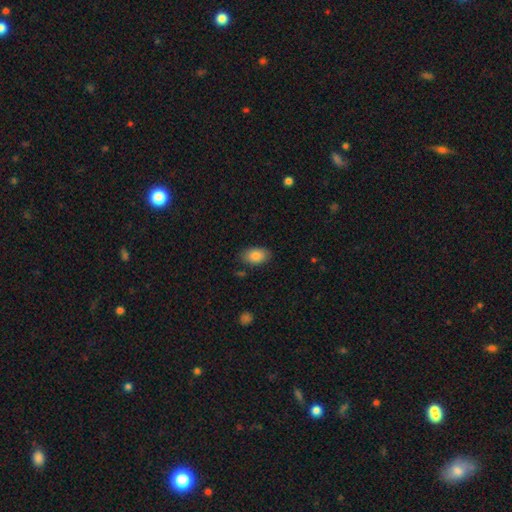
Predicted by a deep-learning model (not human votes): The model was most divided on "merging": none: 83%, minor disturbance: 13%, major disturbance: 3%, merger: 2%. More confident: how rounded — in between (90%); smooth or featured — smooth (85%).